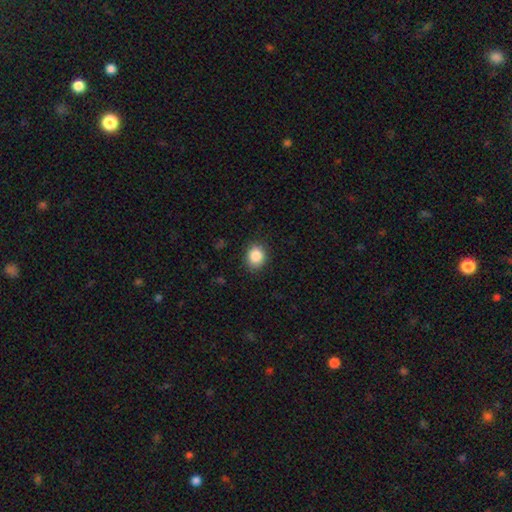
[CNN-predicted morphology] This appears to be a smooth galaxy with no disk features (87%) that is round (61%). Merging: none (86%).